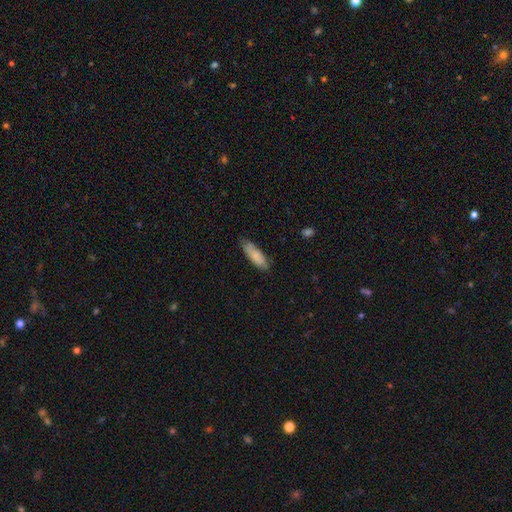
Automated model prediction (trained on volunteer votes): smooth 80%, featured or disk 14%, star or artifact 6%. Down the decision tree: how rounded — in between (58%); merging — none (70%).